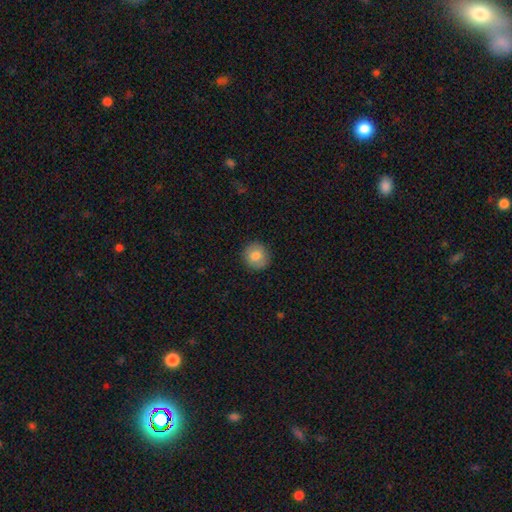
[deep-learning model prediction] Morphology: type=smooth (81%); roundness=round (92%); merging=none (90%).